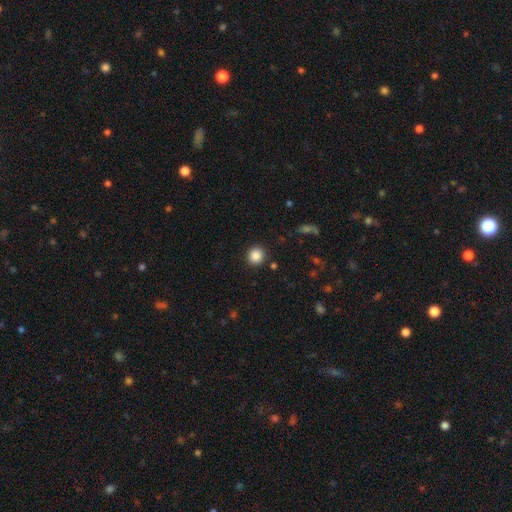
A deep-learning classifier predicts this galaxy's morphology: This appears to be a smooth galaxy with no disk features (87%) that is round (91%). Merging: none (90%).